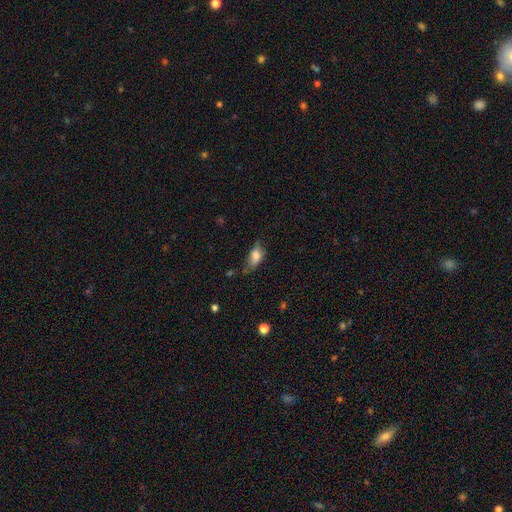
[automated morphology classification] Smooth or featured?
  - smooth: 74% *
  - featured or disk: 17%
  - star or artifact: 8%
How rounded?
  - in between: 84% *
  - cigar-shaped: 9%
  - round: 7%
Merging?
  - none: 44% *
  - minor disturbance: 37%
  - major disturbance: 15%
  - merger: 4%